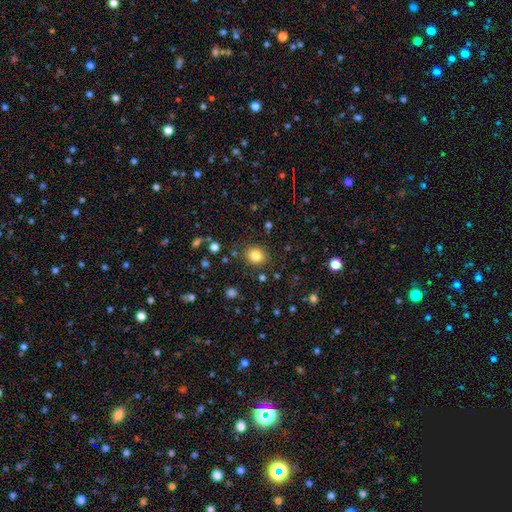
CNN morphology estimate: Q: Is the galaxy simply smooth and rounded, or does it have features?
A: smooth — 82%.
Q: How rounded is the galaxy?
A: round — 68%.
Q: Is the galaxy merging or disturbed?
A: none — 86%.